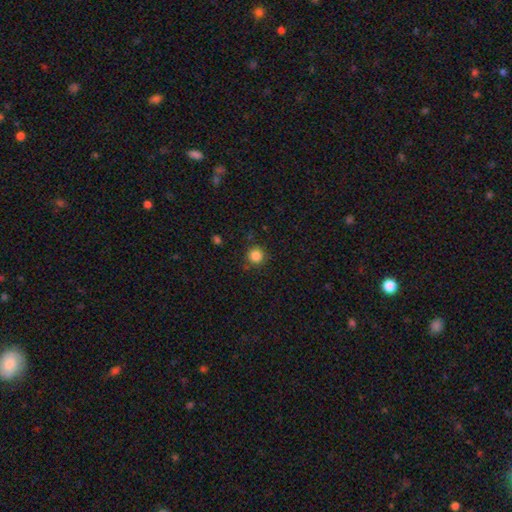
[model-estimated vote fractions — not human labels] A smooth galaxy with no disk features (85%) that is round (94%). Merging: none (86%).